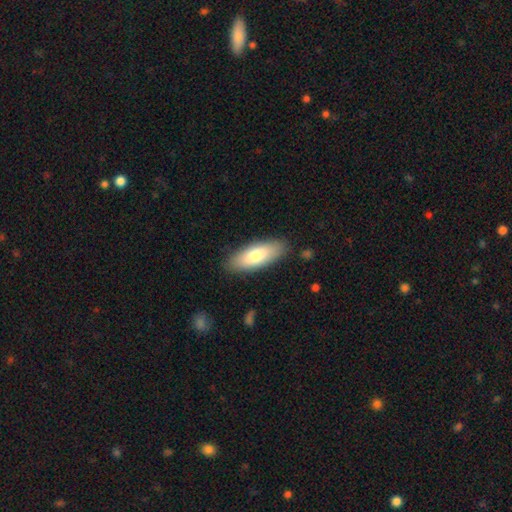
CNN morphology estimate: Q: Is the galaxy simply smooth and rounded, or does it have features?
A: smooth — 76%.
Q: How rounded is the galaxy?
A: in between — 74%.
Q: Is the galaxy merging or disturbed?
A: none — 86%.